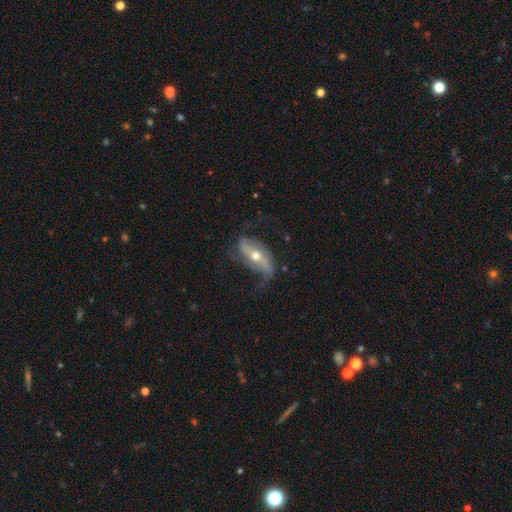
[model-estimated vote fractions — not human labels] Smooth or featured? featured or disk (80%)
Edge-on disk? no (87%)
Bar? strong (44%)
Spiral arms? yes (91%)
Spiral winding? loose (68%)
Spiral arm count? 2 (82%)
Bulge size? moderate (62%)
Merging? none (58%)